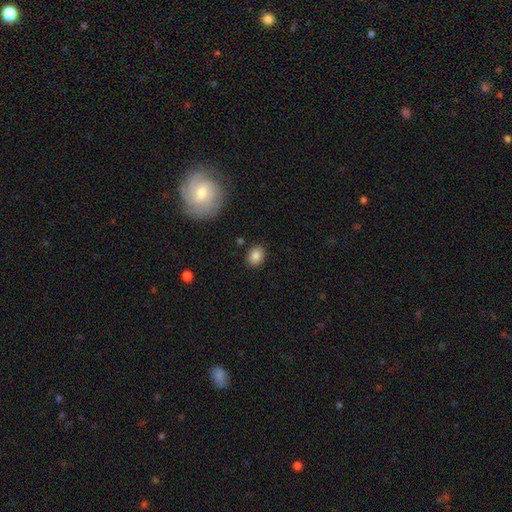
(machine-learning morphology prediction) This appears to be a smooth galaxy with no disk features (84%) that is in between round and cigar-shaped (54%). Merging: none (86%).